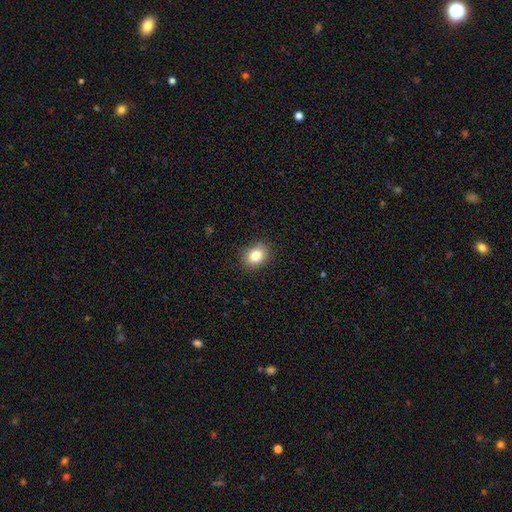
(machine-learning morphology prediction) smooth-or-featured: smooth: 84% | star or artifact: 9% | featured or disk: 7%
  how-rounded: in between: 58% | round: 41% | cigar-shaped: 1%
  merging: none: 89% | minor disturbance: 8% | major disturbance: 2% | merger: 1%